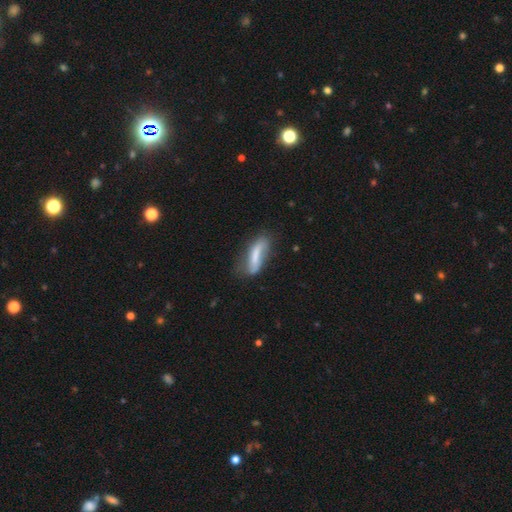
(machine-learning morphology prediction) Overall: smooth (58%; featured or disk 34%). How rounded: cigar-shaped (52%; in between 45%). Merging: none (47%; minor disturbance 32%).